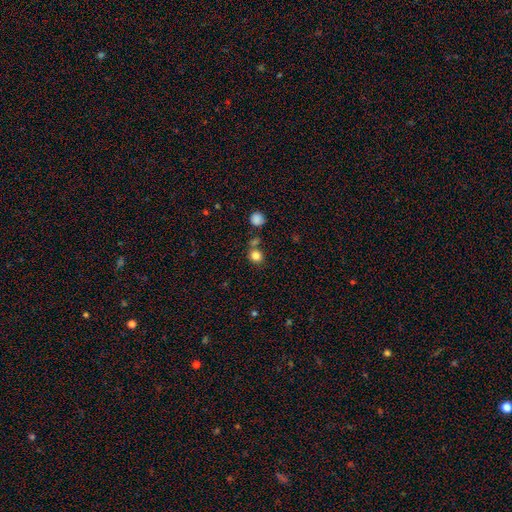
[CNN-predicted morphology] smooth_or_featured: smooth (p=0.82) [alt: star or artifact p=0.12]
how_rounded: round (p=0.78) [alt: in between p=0.21]
merging: none (p=0.70) [alt: merger p=0.16]